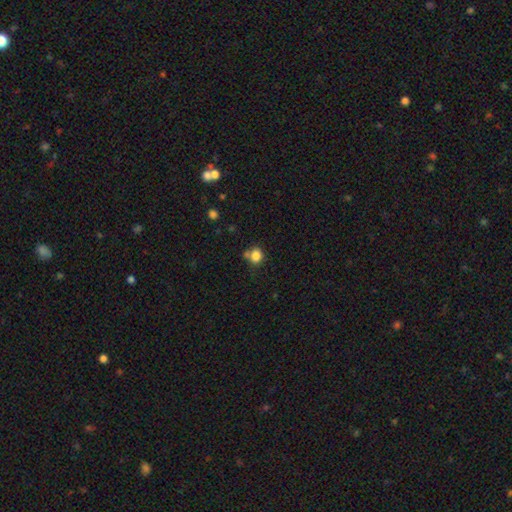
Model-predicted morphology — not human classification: smooth-or-featured: smooth: 83% | star or artifact: 12% | featured or disk: 6%
  how-rounded: round: 68% | in between: 32% | cigar-shaped: 1%
  merging: none: 59% | merger: 19% | minor disturbance: 16% | major disturbance: 6%